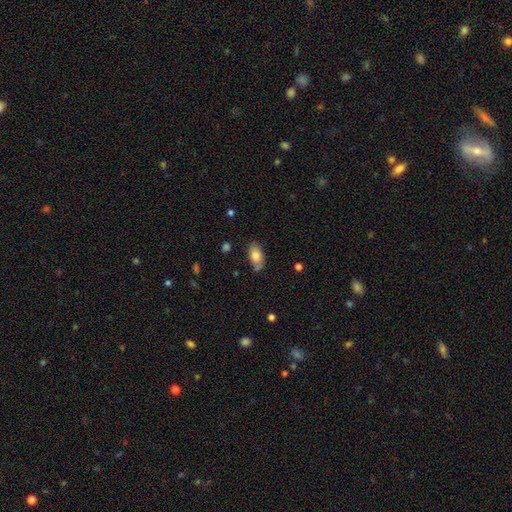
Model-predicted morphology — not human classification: Q: Smooth or featured?
A: smooth (80%); runner-up: featured or disk (13%)
Q: How rounded?
A: in between (92%); runner-up: round (4%)
Q: Merging?
A: none (72%); runner-up: minor disturbance (19%)